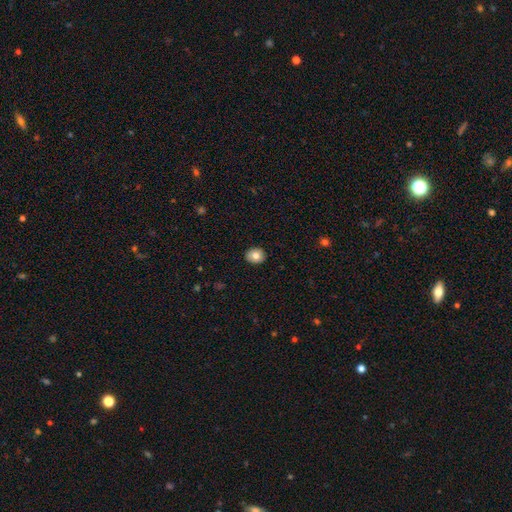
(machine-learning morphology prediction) smooth_or_featured: smooth (p=0.78) [alt: featured or disk p=0.13]
how_rounded: round (p=0.72) [alt: in between p=0.27]
merging: none (p=0.90) [alt: minor disturbance p=0.07]